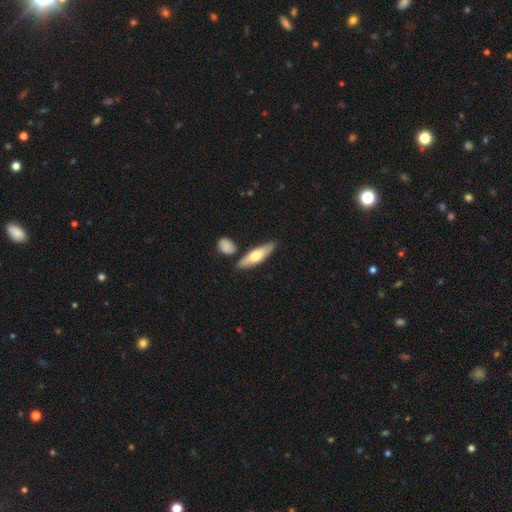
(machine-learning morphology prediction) smooth_or_featured: smooth (p=0.57) [alt: featured or disk p=0.38]
how_rounded: cigar-shaped (p=0.57) [alt: in between p=0.40]
merging: none (p=0.79) [alt: minor disturbance p=0.12]